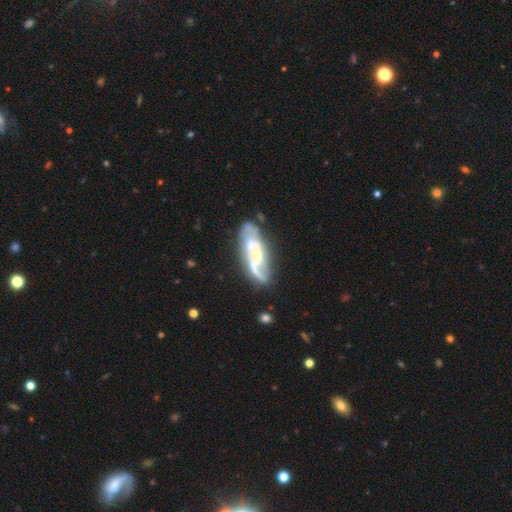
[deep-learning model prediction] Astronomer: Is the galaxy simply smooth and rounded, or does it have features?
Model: featured or disk — 78%.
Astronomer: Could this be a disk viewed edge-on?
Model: no — 89%.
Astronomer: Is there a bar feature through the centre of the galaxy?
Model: no — 61%.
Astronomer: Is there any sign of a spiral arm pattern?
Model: yes — 84%.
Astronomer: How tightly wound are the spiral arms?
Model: medium — 42% (runner-up: tight, 34%).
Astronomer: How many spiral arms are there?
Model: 2 — 47% (runner-up: can't tell, 28%).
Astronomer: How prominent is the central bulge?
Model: small — 45% (runner-up: moderate, 43%).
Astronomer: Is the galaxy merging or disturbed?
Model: none — 58%.